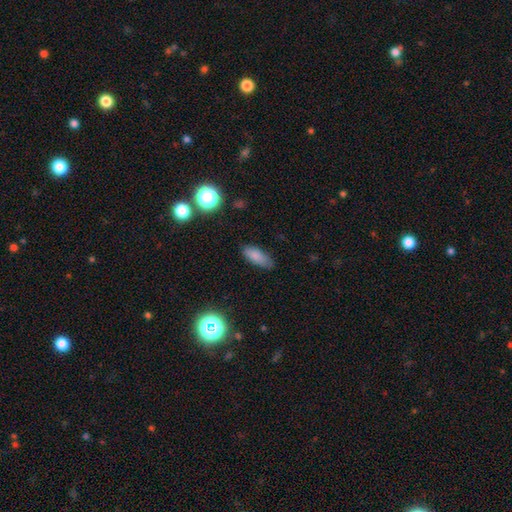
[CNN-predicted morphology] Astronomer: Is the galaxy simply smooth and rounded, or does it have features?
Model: smooth — 81%.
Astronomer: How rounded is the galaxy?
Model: in between — 76%.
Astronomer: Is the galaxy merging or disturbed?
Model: none — 72%.